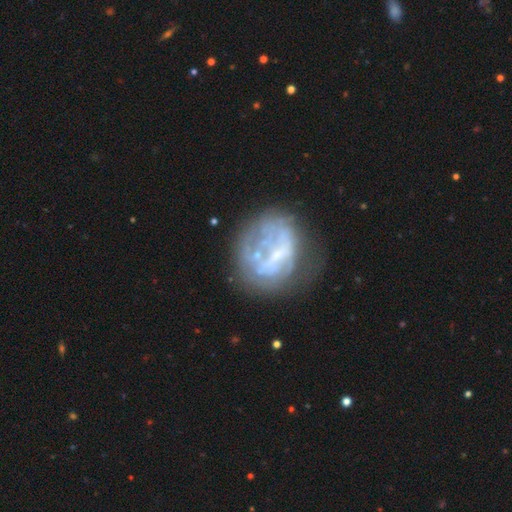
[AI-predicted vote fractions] This appears to be a featured or disk galaxy (61%) with no bar (65%), no spiral arms (78%) and no central bulge (46%). Merging: none (46%).